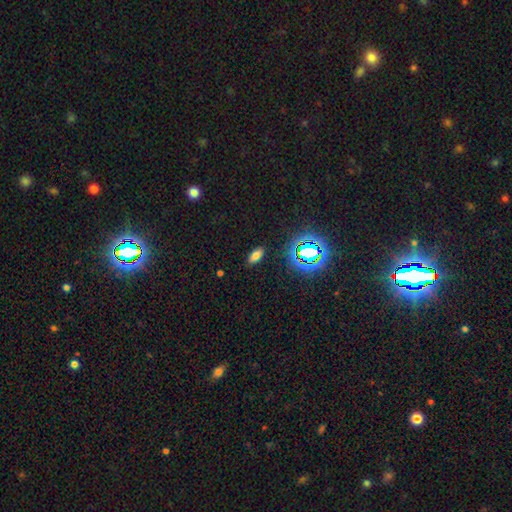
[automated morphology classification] A smooth galaxy with no disk features (68%) that is in between round and cigar-shaped (85%). Merging: none (88%).